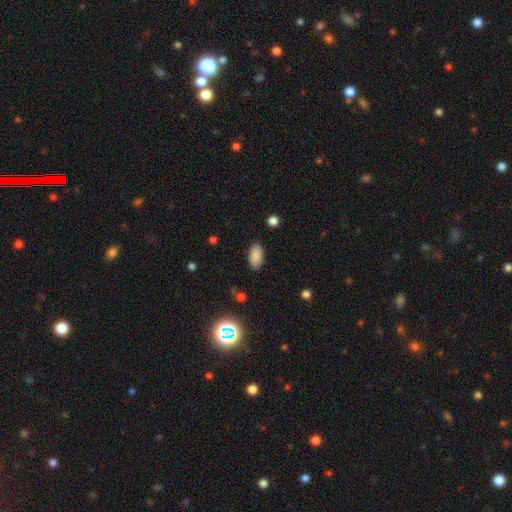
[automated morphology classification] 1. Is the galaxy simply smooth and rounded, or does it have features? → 87% smooth, 9% star or artifact, 5% featured or disk.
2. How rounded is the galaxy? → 94% in between, 3% cigar-shaped, 3% round.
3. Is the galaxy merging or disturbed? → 87% none, 9% minor disturbance, 2% major disturbance, 1% merger.